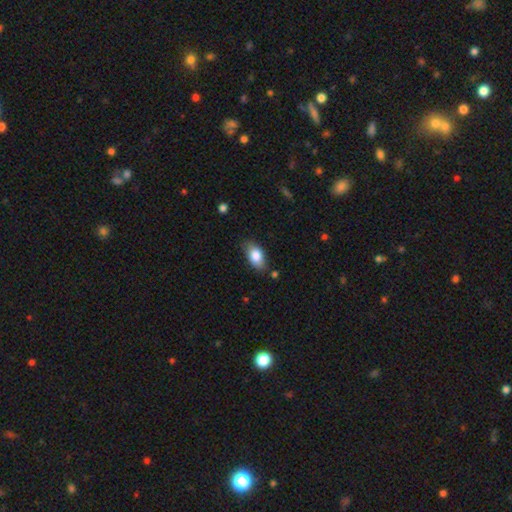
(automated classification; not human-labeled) Smooth or featured: smooth — 83% (featured or disk — 11%)
How rounded: in between — 91% (round — 5%)
Merging: none — 77% (minor disturbance — 17%)